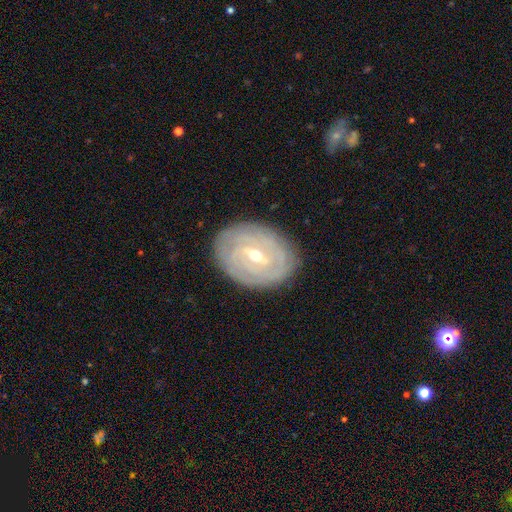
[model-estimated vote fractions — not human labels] Smooth or featured? featured or disk (84%)
Edge-on disk? no (95%)
Bar? weak (53%)
Spiral arms? yes (90%)
Spiral winding? tight (82%)
Spiral arm count? can't tell (41%)
Bulge size? moderate (51%)
Merging? none (84%)